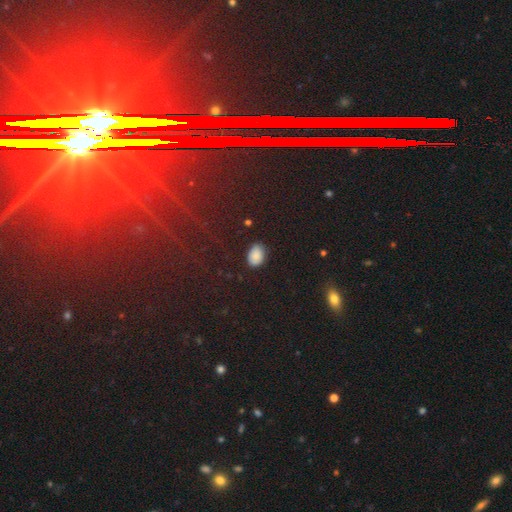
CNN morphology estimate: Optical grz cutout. It shows a smooth galaxy with no disk features (83%) that is in between round and cigar-shaped (84%). Merging: none (81%).